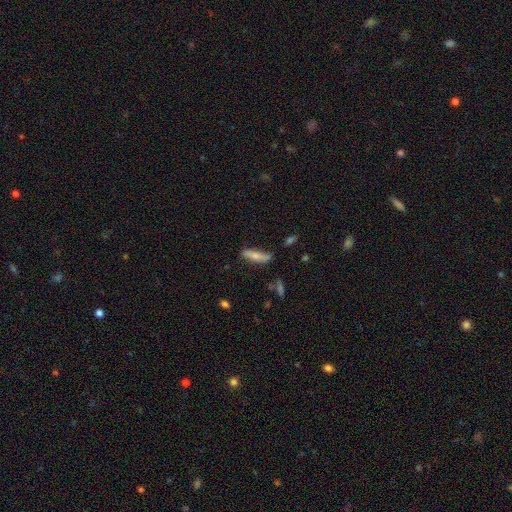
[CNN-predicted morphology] A smooth galaxy with no disk features (63%) that is cigar-shaped (69%). Merging: none (72%).